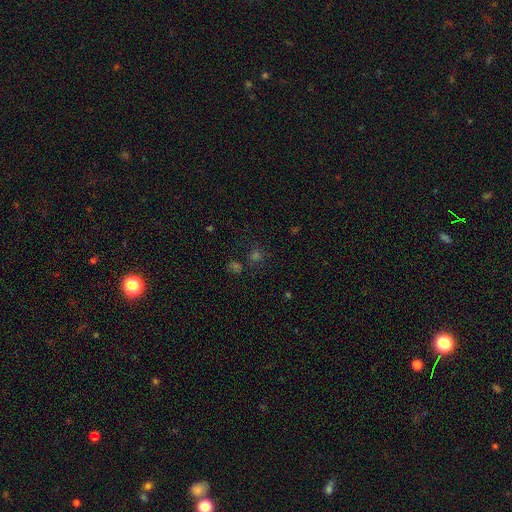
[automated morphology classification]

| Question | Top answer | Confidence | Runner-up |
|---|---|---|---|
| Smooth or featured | star or artifact | 48% | smooth (41%) |